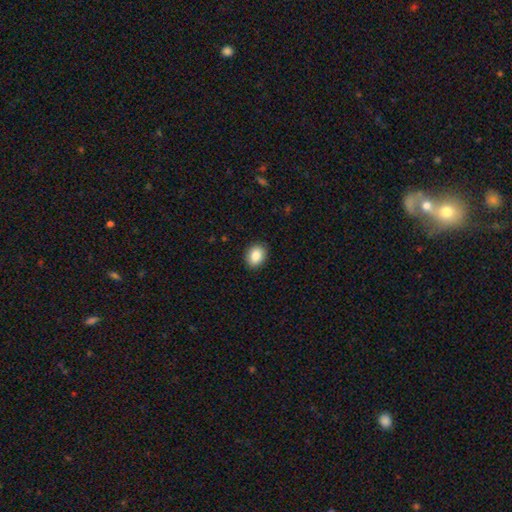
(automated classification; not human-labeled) A smooth galaxy with no disk features (87%) that is in between round and cigar-shaped (59%). Merging: none (90%).